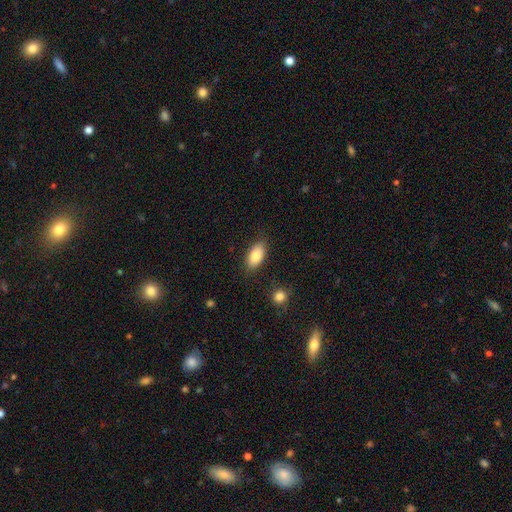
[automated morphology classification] The model was most divided on "merging": none: 83%, minor disturbance: 12%, major disturbance: 3%, merger: 2%. More confident: how rounded — in between (92%); smooth or featured — smooth (83%).